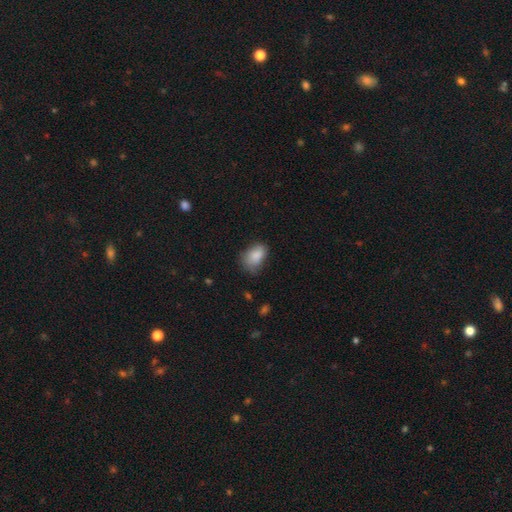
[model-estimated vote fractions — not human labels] smooth-or-featured: smooth: 85% | star or artifact: 8% | featured or disk: 7%
  how-rounded: in between: 85% | round: 14% | cigar-shaped: 1%
  merging: none: 57% | minor disturbance: 32% | major disturbance: 9% | merger: 2%